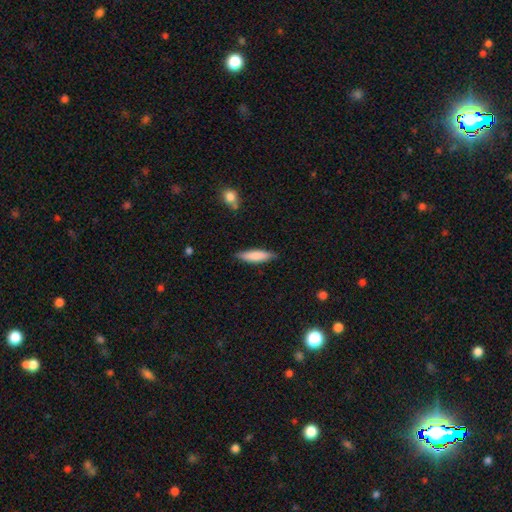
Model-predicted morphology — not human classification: smooth_or_featured: smooth (p=0.83) [alt: featured or disk p=0.11]
how_rounded: cigar-shaped (p=0.65) [alt: in between p=0.34]
merging: none (p=0.84) [alt: minor disturbance p=0.12]